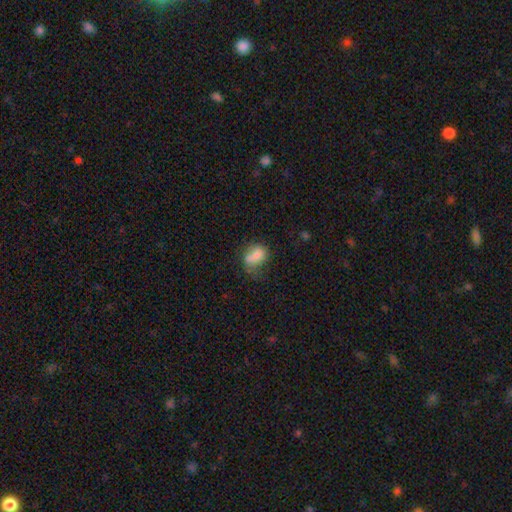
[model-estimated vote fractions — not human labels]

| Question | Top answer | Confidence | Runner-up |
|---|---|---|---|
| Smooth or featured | smooth | 71% | featured or disk (18%) |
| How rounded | in between | 58% | round (40%) |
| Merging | merger | 36% | none (29%) |